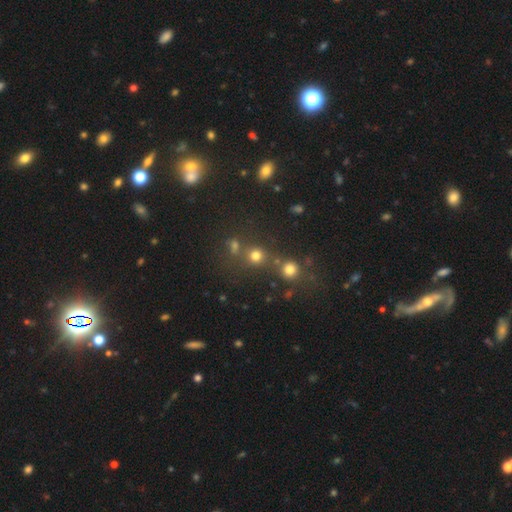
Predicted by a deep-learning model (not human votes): The model was most divided on "merging": none: 64%, merger: 22%, minor disturbance: 9%, major disturbance: 5%. More confident: how rounded — round (88%); smooth or featured — smooth (72%).